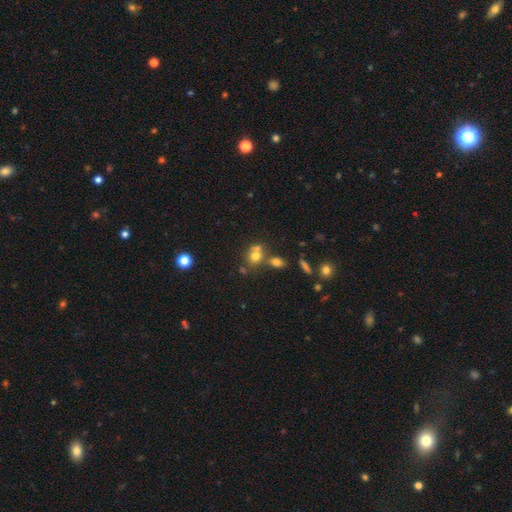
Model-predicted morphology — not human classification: A smooth galaxy with no disk features (69%) that is round (64%). Merging: none (43%).